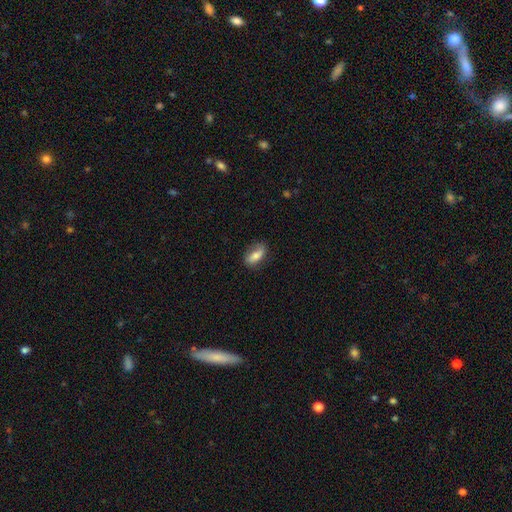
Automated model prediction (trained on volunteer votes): A smooth galaxy with no disk features (74%) that is in between round and cigar-shaped (83%). Merging: none (75%).